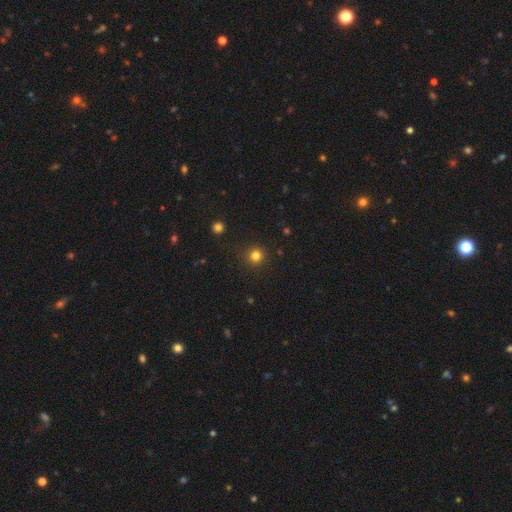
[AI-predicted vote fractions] Morphology: type=smooth (81%); roundness=round (95%); merging=none (91%).